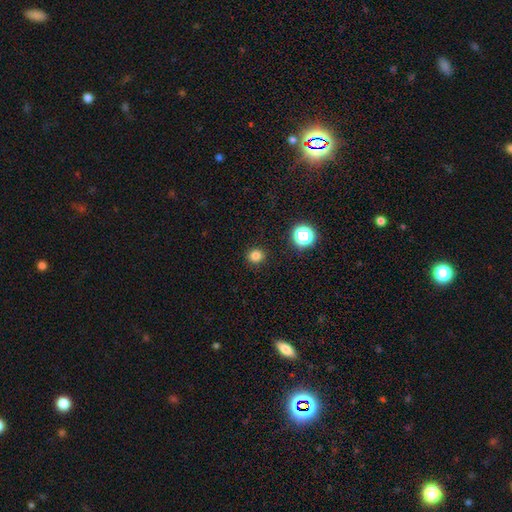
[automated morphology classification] This appears to be a smooth galaxy with no disk features (80%) that is round (91%). Merging: none (92%).